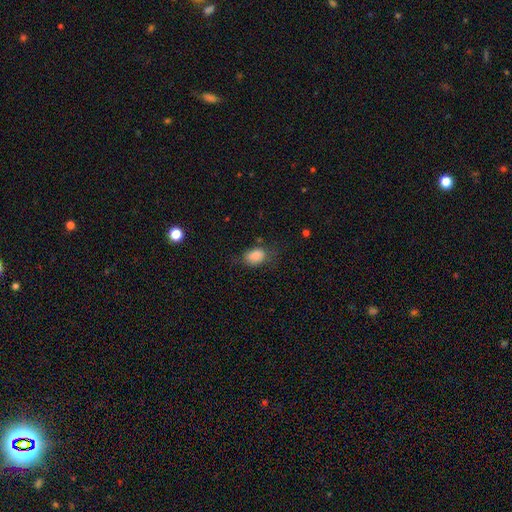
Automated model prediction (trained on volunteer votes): Smooth or featured? Predicted: smooth (p=0.84). How rounded? Predicted: in between (p=0.80). Merging? Predicted: none (p=0.56).